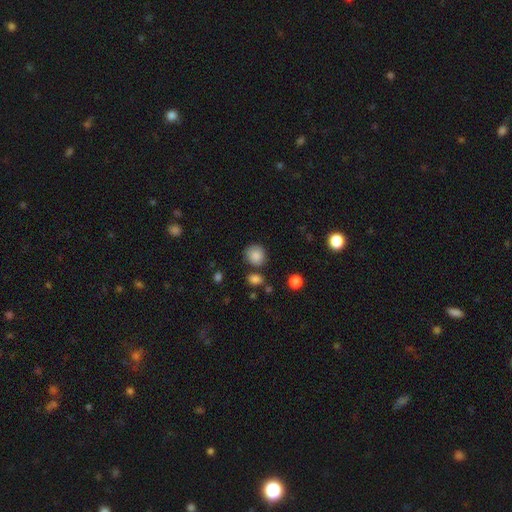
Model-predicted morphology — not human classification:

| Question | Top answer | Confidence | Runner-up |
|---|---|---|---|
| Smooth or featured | smooth | 86% | star or artifact (9%) |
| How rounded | round | 83% | in between (16%) |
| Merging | none | 76% | minor disturbance (14%) |